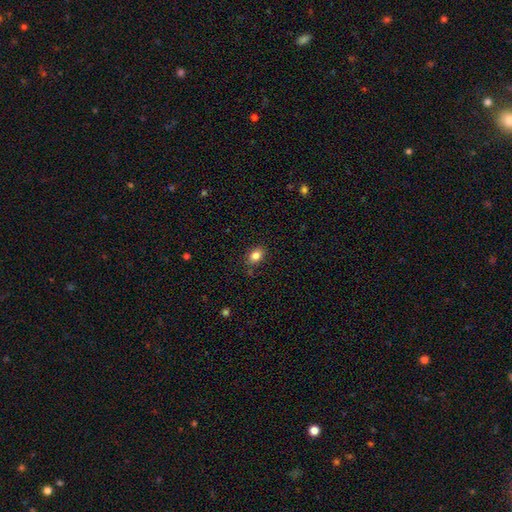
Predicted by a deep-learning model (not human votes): Smooth or featured: smooth — 84% (star or artifact — 10%)
How rounded: in between — 73% (round — 26%)
Merging: none — 82% (minor disturbance — 13%)